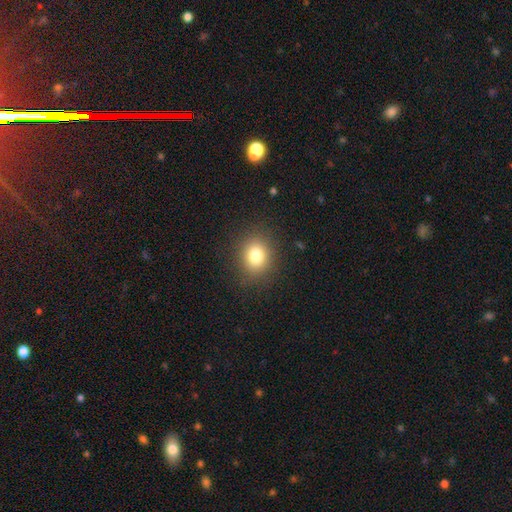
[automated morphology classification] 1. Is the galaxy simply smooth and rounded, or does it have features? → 79% smooth, 13% star or artifact, 8% featured or disk.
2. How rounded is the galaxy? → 68% round, 31% in between, 1% cigar-shaped.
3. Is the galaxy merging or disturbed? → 87% none, 8% minor disturbance, 3% major disturbance, 1% merger.